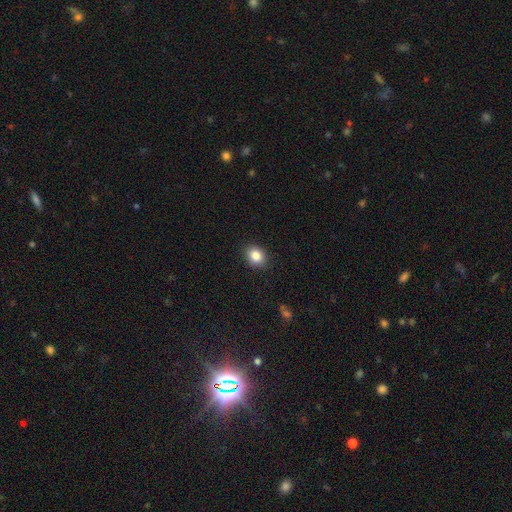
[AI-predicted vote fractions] Smooth or featured? smooth (86%)
How rounded? in between (53%)
Merging? none (89%)